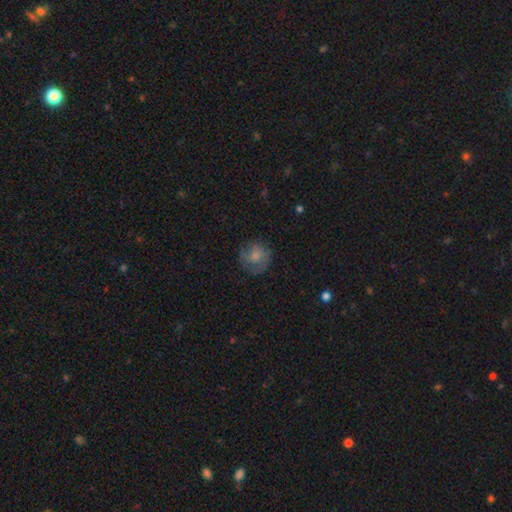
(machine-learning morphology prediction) Smooth or featured?
  - smooth: 53% *
  - featured or disk: 38%
  - star or artifact: 9%
How rounded?
  - round: 86% *
  - in between: 13%
  - cigar-shaped: 1%
Merging?
  - none: 69% *
  - minor disturbance: 19%
  - major disturbance: 11%
  - merger: 1%